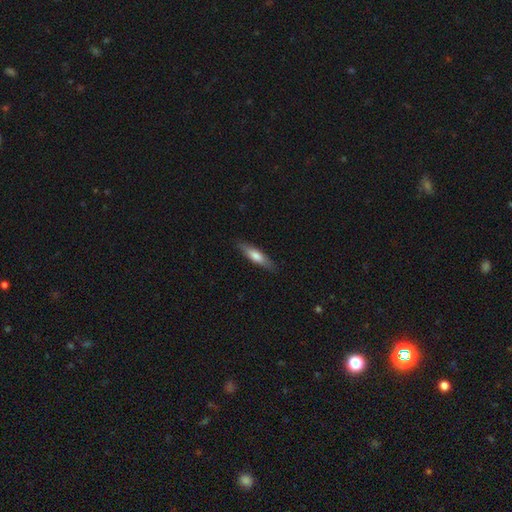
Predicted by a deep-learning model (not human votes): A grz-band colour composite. It shows a smooth galaxy with no disk features (66%) that is cigar-shaped (74%). Merging: none (87%).